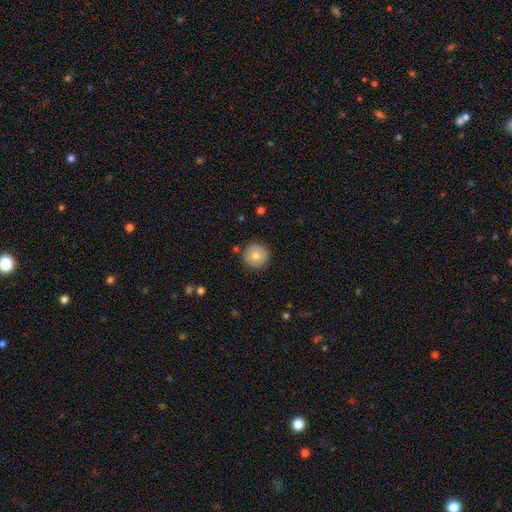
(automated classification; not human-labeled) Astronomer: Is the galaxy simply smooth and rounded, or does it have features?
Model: smooth — 76%.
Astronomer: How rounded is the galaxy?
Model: round — 96%.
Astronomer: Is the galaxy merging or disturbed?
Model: none — 89%.